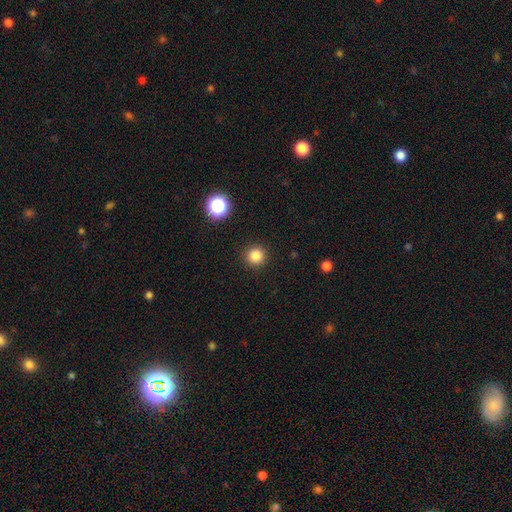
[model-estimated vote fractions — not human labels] Smooth or featured? Predicted: smooth (p=0.84). How rounded? Predicted: round (p=0.95). Merging? Predicted: none (p=0.92).